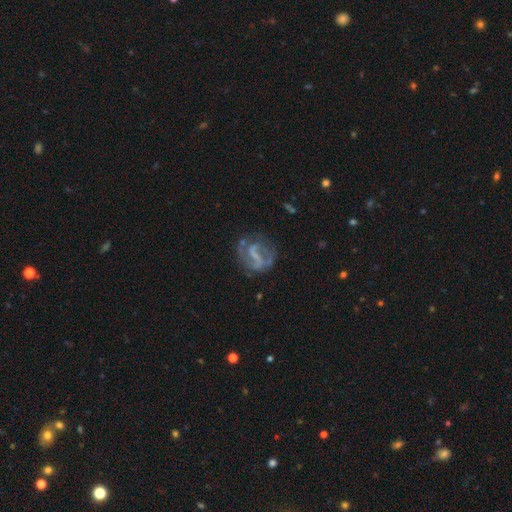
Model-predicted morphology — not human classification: Q: Smooth or featured?
A: featured or disk (76%); runner-up: smooth (15%)
Q: Edge-on disk?
A: no (97%); runner-up: yes (3%)
Q: Bar?
A: strong (48%); runner-up: weak (35%)
Q: Spiral arms?
A: yes (78%); runner-up: no (22%)
Q: Spiral winding?
A: medium (40%); runner-up: loose (38%)
Q: Spiral arm count?
A: 2 (75%); runner-up: can't tell (12%)
Q: Bulge size?
A: none (58%); runner-up: small (26%)
Q: Merging?
A: none (61%); runner-up: minor disturbance (19%)